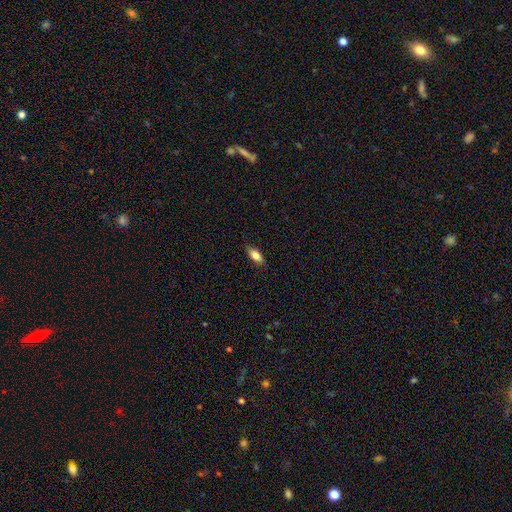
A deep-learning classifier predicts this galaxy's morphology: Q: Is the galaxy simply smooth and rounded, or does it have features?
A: smooth — 80%.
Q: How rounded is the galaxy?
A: in between — 80%.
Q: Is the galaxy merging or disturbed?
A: none — 83%.